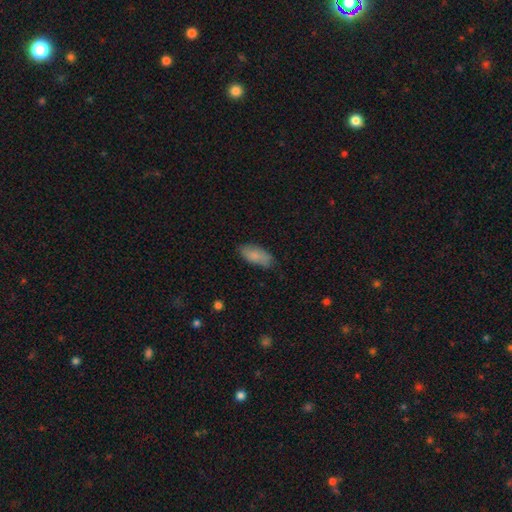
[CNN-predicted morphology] Overall: smooth (83%). How rounded: in between (85%). Merging: none (75%).